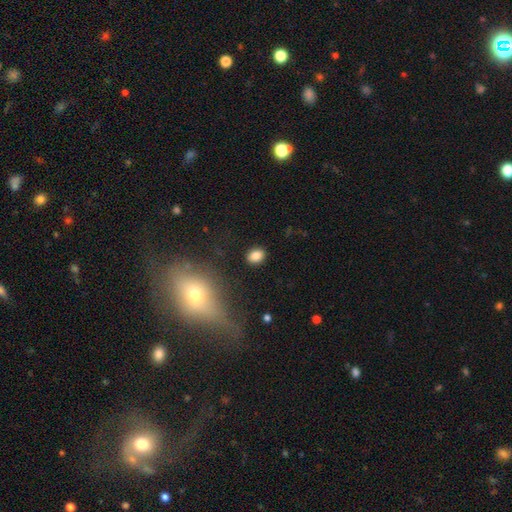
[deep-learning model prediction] Morphology: type=smooth (84%); roundness=in between (59%); merging=none (87%).